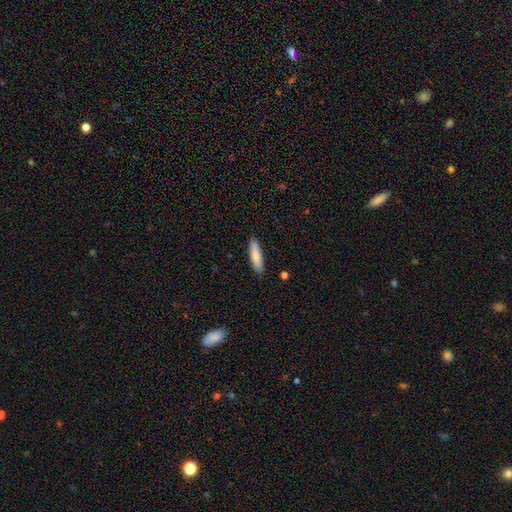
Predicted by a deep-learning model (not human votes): This is clearly a smooth galaxy (82%). How rounded: likely cigar-shaped (67%). Merging: clearly none (87%).